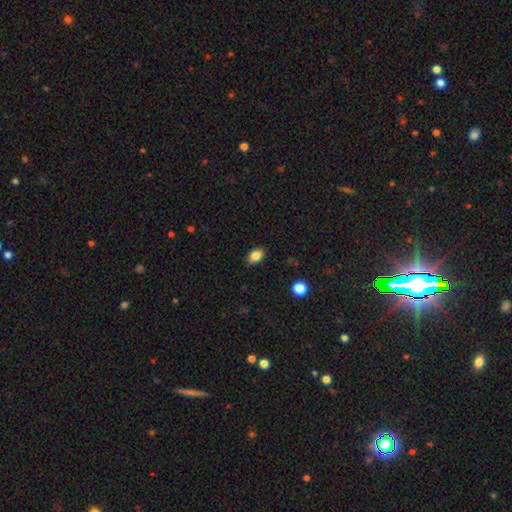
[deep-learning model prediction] Smooth or featured: smooth — 85% (star or artifact — 9%)
How rounded: in between — 82% (round — 16%)
Merging: none — 88% (minor disturbance — 9%)